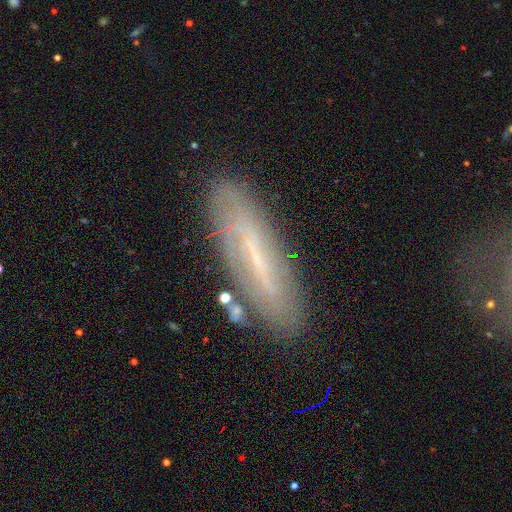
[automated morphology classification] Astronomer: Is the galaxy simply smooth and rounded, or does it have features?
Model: featured or disk — 62%.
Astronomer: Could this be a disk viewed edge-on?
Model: no — 62% (runner-up: yes, 38%).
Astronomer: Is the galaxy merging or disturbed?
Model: none — 77%.